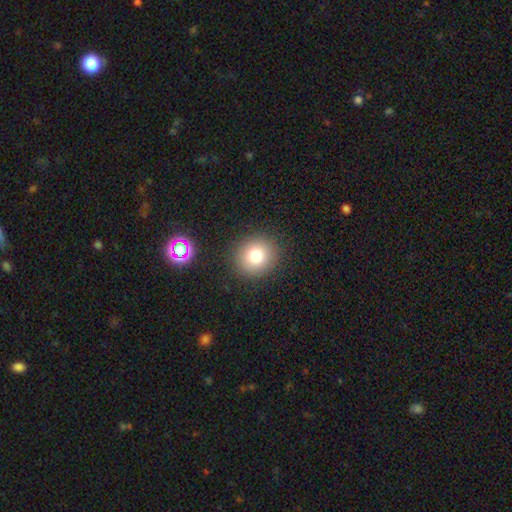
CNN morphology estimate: Smooth or featured: smooth — 78% (star or artifact — 13%)
How rounded: round — 86% (in between — 13%)
Merging: none — 89% (minor disturbance — 7%)